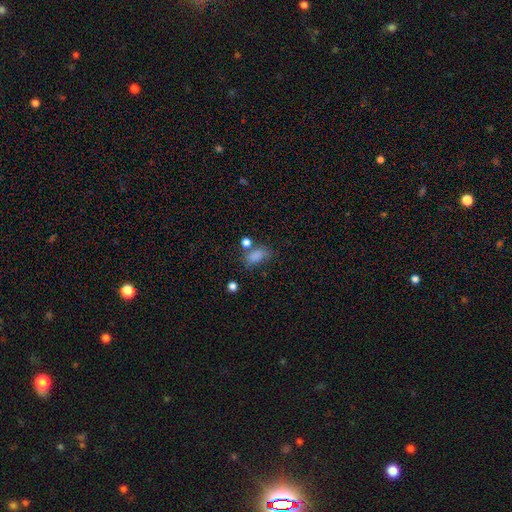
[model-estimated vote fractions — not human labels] Smooth or featured: smooth — 80% (star or artifact — 13%)
How rounded: in between — 84% (round — 13%)
Merging: none — 50% (minor disturbance — 24%)